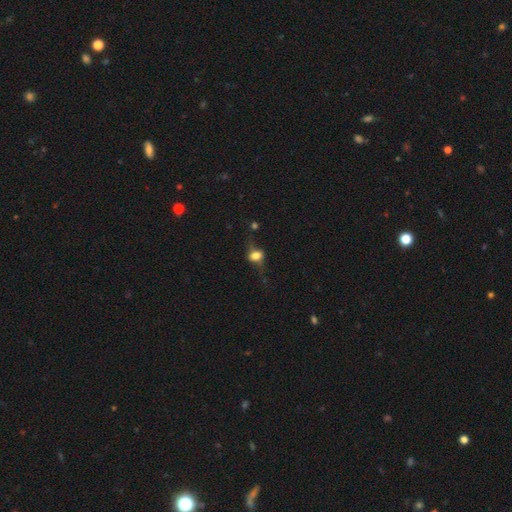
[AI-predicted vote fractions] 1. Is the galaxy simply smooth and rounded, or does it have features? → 49% smooth, 38% featured or disk, 13% star or artifact.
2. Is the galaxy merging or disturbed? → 61% none, 22% minor disturbance, 15% major disturbance, 3% merger.